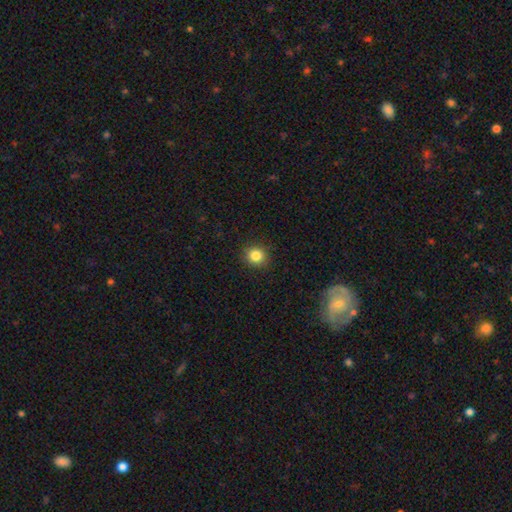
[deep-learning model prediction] A smooth galaxy with no disk features (84%) that is round (89%).

Vote fractions:
- Smooth or featured? smooth: 84% / star or artifact: 11% / featured or disk: 5%
- How rounded? round: 89% / in between: 10% / cigar-shaped: 1%
- Merging? none: 91% / minor disturbance: 6% / major disturbance: 2% / merger: 1%